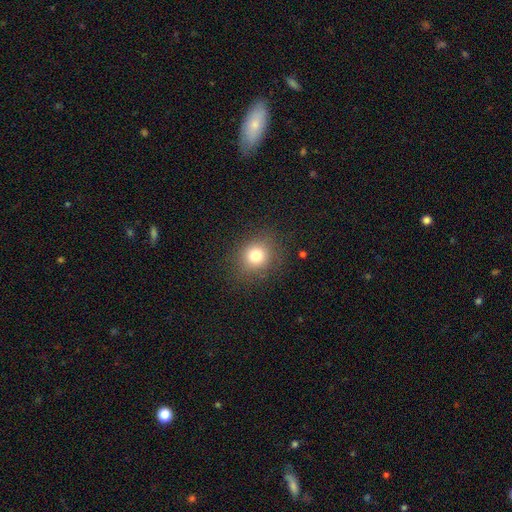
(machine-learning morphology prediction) A smooth galaxy with no disk features (78%) that is round (80%).

Vote fractions:
- Smooth or featured? smooth: 78% / star or artifact: 13% / featured or disk: 9%
- How rounded? round: 80% / in between: 19% / cigar-shaped: 1%
- Merging? none: 85% / minor disturbance: 10% / major disturbance: 4% / merger: 1%